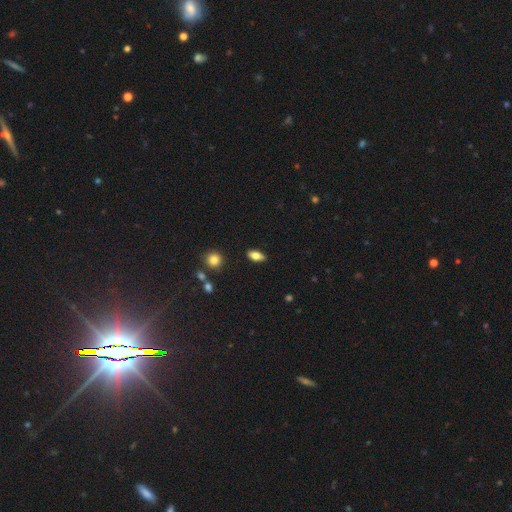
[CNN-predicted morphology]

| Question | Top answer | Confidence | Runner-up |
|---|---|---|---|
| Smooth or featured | smooth | 73% | featured or disk (19%) |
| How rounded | in between | 83% | cigar-shaped (12%) |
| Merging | none | 86% | minor disturbance (10%) |